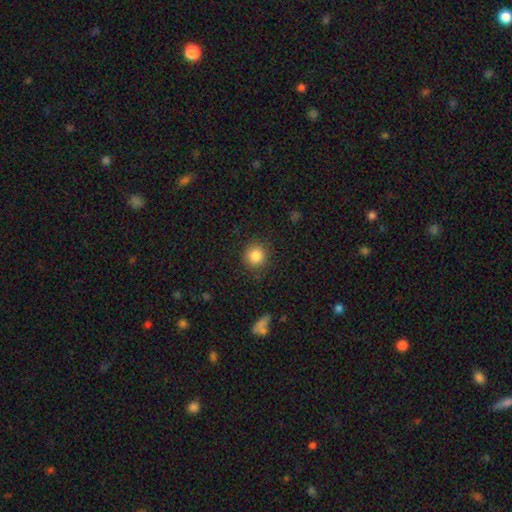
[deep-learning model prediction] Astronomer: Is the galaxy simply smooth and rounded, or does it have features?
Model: smooth — 85%.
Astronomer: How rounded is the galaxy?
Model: round — 90%.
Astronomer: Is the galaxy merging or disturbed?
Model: none — 88%.